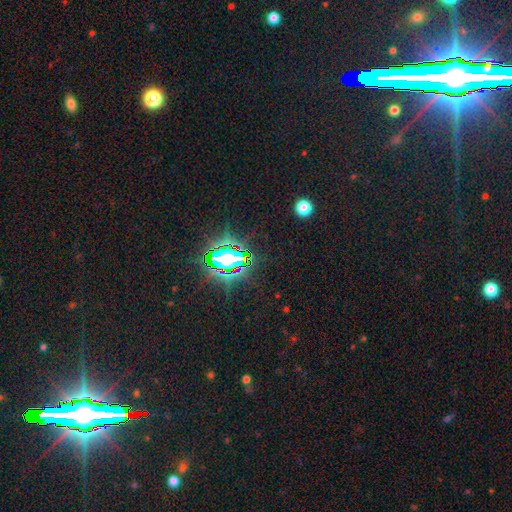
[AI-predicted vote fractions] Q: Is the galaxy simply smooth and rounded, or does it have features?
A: star or artifact — 83%.